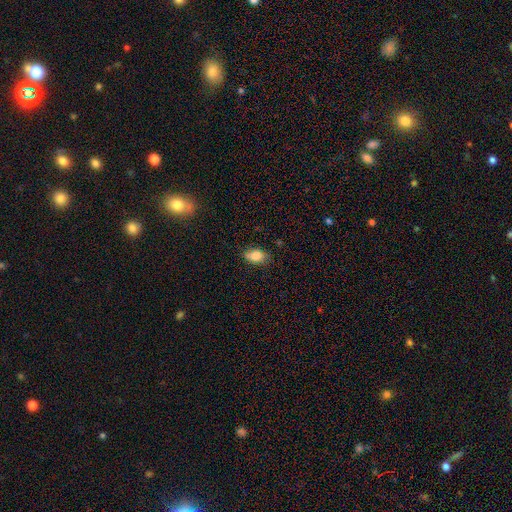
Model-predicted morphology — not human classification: smooth_or_featured: smooth (p=0.84) [alt: star or artifact p=0.09]
how_rounded: in between (p=0.84) [alt: round p=0.13]
merging: none (p=0.67) [alt: minor disturbance p=0.26]